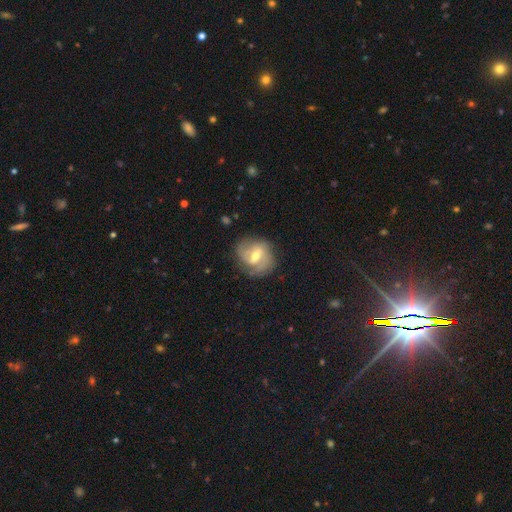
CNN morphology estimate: Smooth or featured? featured or disk (73%)
Edge-on disk? no (97%)
Bar? weak (55%)
Spiral arms? yes (86%)
Spiral winding? medium (43%)
Spiral arm count? 2 (58%)
Bulge size? moderate (66%)
Merging? none (69%)